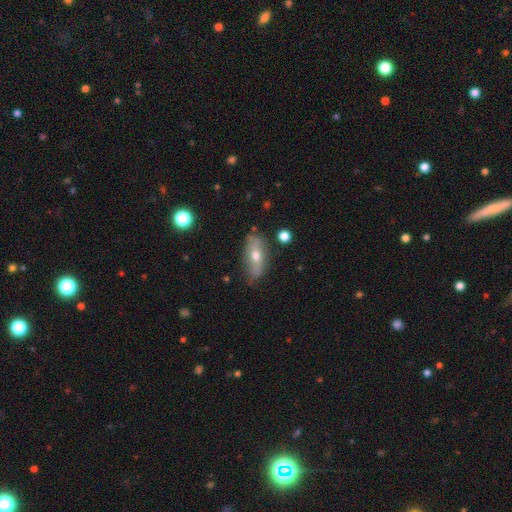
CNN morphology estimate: Q: Smooth or featured?
A: smooth (51%); runner-up: featured or disk (41%)
Q: How rounded?
A: in between (78%); runner-up: cigar-shaped (17%)
Q: Merging?
A: none (72%); runner-up: minor disturbance (21%)